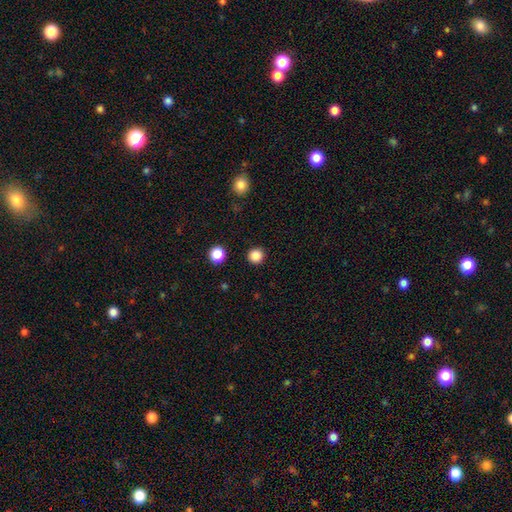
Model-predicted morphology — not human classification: smooth_or_featured: smooth (p=0.86) [alt: star or artifact p=0.11]
how_rounded: round (p=0.95) [alt: in between p=0.04]
merging: none (p=0.93) [alt: minor disturbance p=0.04]